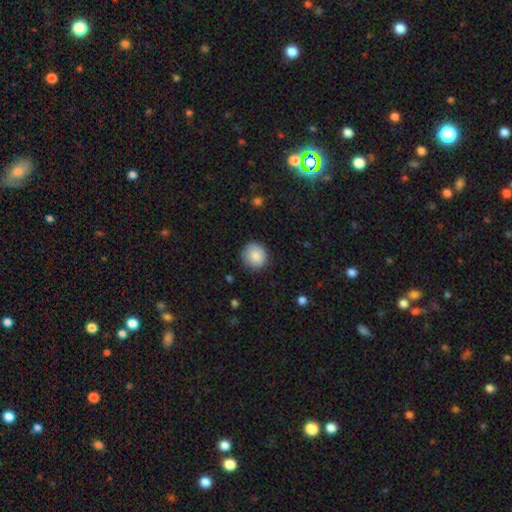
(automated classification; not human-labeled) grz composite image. It shows a smooth galaxy with no disk features (87%) that is round (90%). Merging: none (86%).